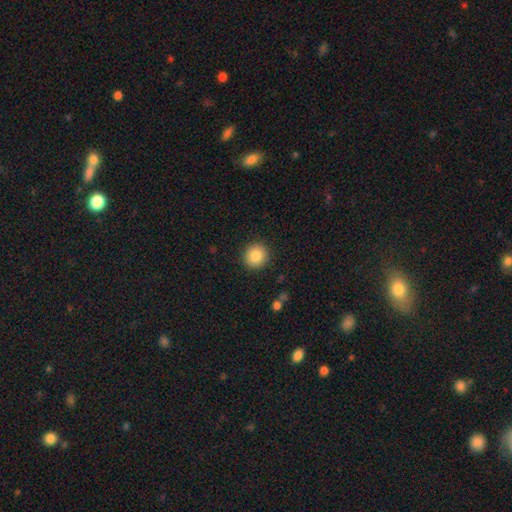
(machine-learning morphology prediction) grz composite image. It shows a smooth galaxy with no disk features (85%) that is round (92%). Merging: none (91%).